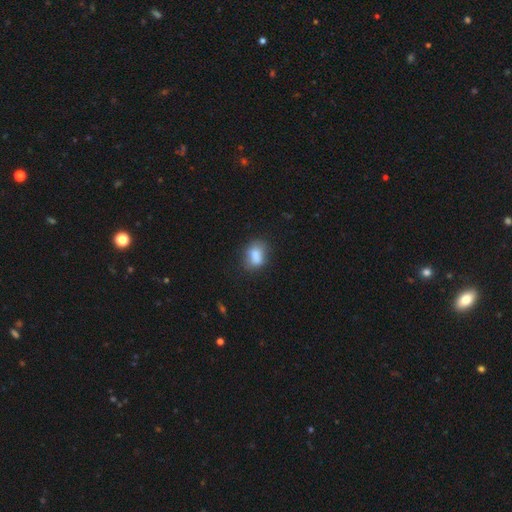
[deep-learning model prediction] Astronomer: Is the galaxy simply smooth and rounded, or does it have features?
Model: smooth — 79%.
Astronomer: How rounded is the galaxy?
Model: in between — 71%.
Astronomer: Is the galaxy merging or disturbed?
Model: none — 58%.